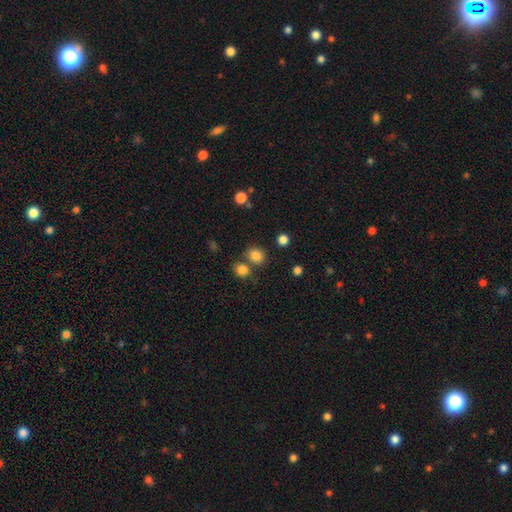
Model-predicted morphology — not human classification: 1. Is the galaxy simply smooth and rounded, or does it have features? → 83% smooth, 12% star or artifact, 5% featured or disk.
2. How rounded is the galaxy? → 80% round, 19% in between, 1% cigar-shaped.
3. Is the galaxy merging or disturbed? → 70% none, 19% merger, 8% minor disturbance, 3% major disturbance.